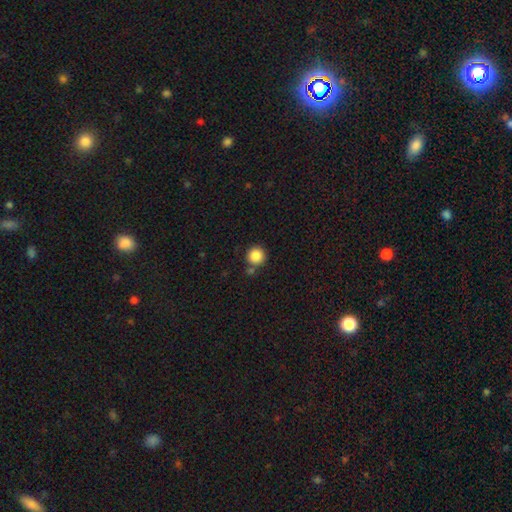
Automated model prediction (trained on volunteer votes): Overall: smooth (86%). How rounded: round (95%). Merging: none (78%).